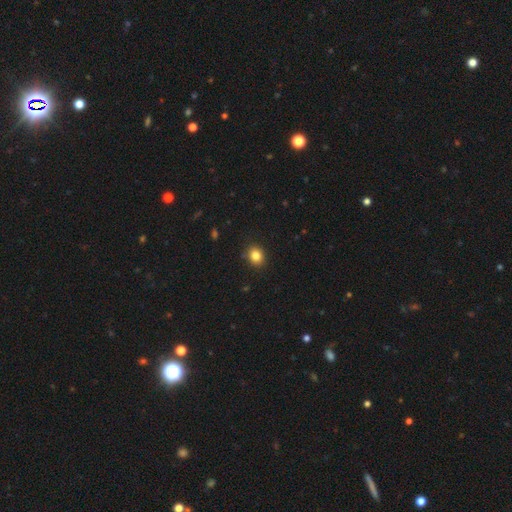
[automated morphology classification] smooth_or_featured: smooth (p=0.84) [alt: star or artifact p=0.11]
how_rounded: round (p=0.62) [alt: in between p=0.37]
merging: none (p=0.88) [alt: minor disturbance p=0.09]